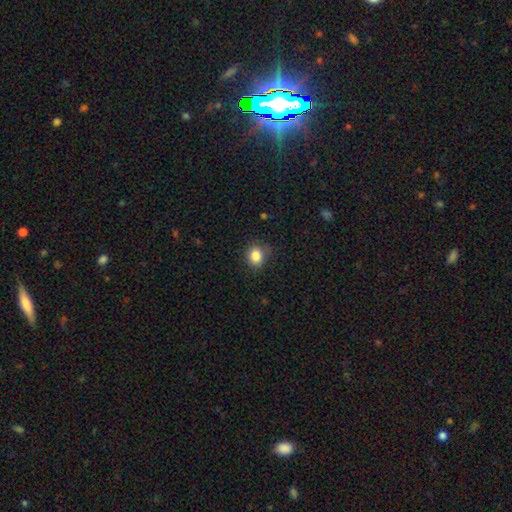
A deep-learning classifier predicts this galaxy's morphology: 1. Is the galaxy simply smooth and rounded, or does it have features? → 84% smooth, 11% star or artifact, 5% featured or disk.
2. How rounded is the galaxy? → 64% round, 35% in between, 1% cigar-shaped.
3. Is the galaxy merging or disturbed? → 79% none, 15% minor disturbance, 4% major disturbance, 1% merger.